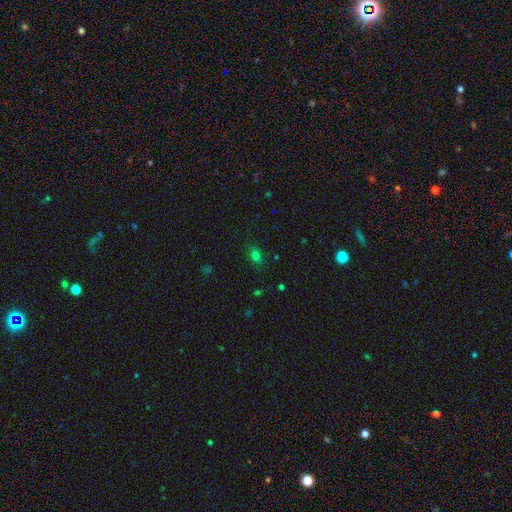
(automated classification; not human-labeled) This appears to be a smooth galaxy with no disk features (73%) that is in between round and cigar-shaped (74%). Merging: none (84%).